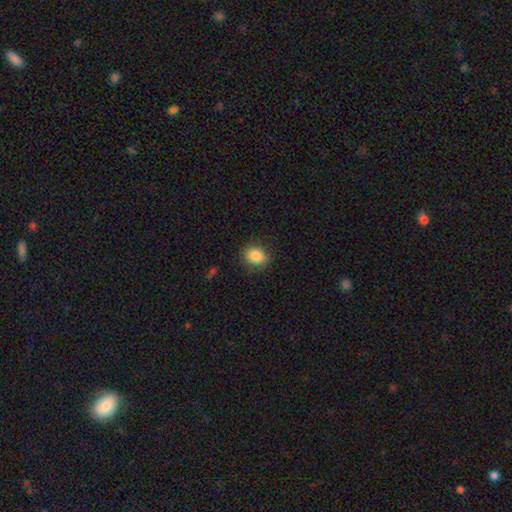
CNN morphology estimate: This appears to be a smooth galaxy with no disk features (85%) that is round (57%). Merging: none (84%).